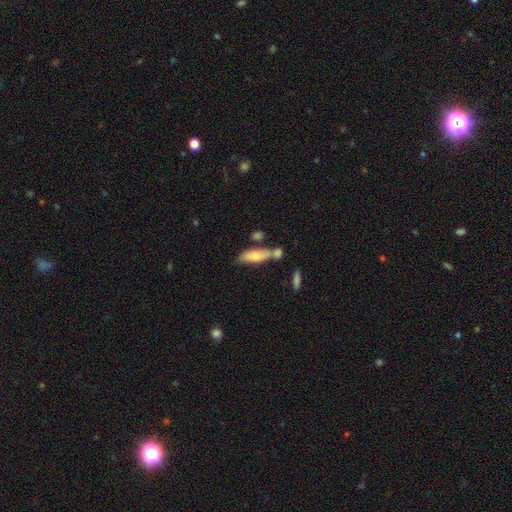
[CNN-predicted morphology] Q: Smooth or featured?
A: smooth (70%); runner-up: featured or disk (23%)
Q: How rounded?
A: in between (57%); runner-up: cigar-shaped (41%)
Q: Merging?
A: none (52%); runner-up: merger (26%)